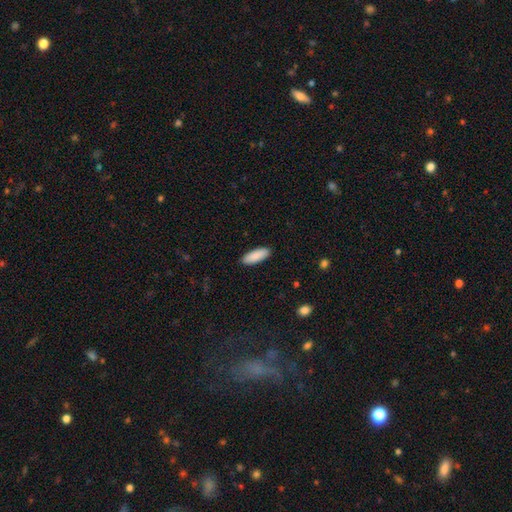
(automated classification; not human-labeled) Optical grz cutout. It shows a smooth galaxy with no disk features (91%) that is in between round and cigar-shaped (67%). Merging: none (91%).